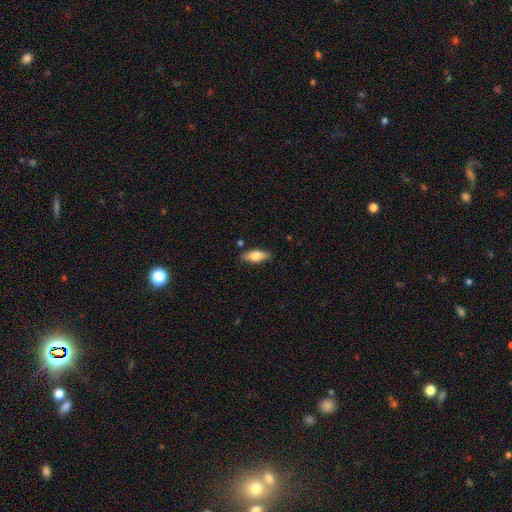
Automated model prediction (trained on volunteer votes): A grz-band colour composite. It shows a smooth galaxy with no disk features (68%) that is in between round and cigar-shaped (76%). Merging: none (83%).